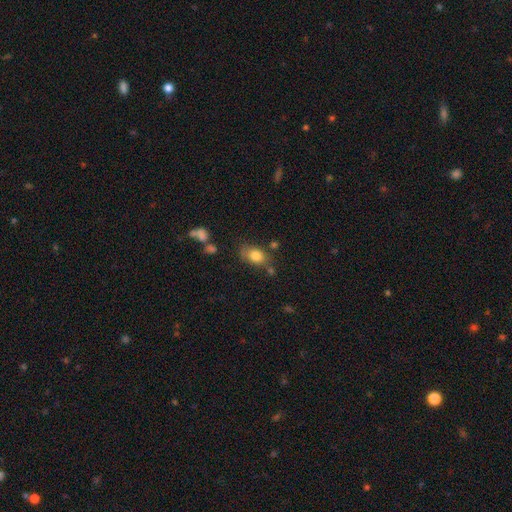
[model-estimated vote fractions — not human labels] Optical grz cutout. It shows a smooth galaxy with no disk features (81%) that is in between round and cigar-shaped (74%). Merging: none (62%).